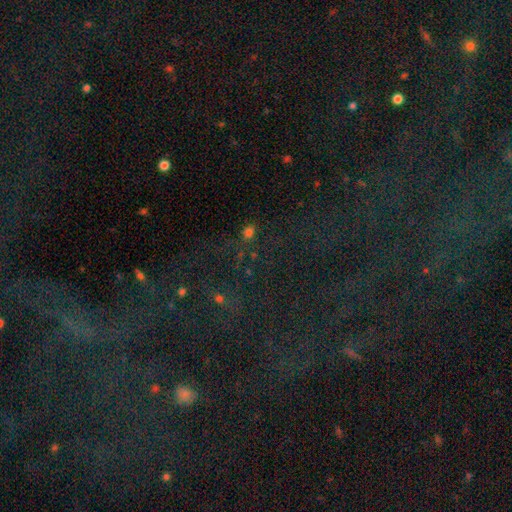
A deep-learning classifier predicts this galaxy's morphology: The model was most divided on "smooth or featured": star or artifact: 74%, smooth: 15%, featured or disk: 12%.